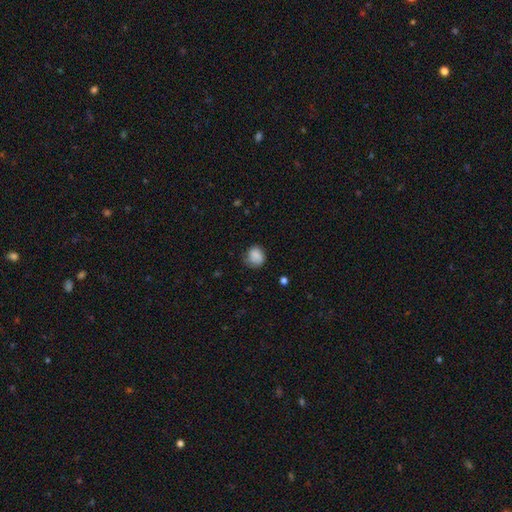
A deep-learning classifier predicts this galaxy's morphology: Smooth or featured?
  - smooth: 84% *
  - star or artifact: 8%
  - featured or disk: 7%
How rounded?
  - round: 71% *
  - in between: 28%
  - cigar-shaped: 1%
Merging?
  - none: 61% *
  - minor disturbance: 29%
  - major disturbance: 8%
  - merger: 2%